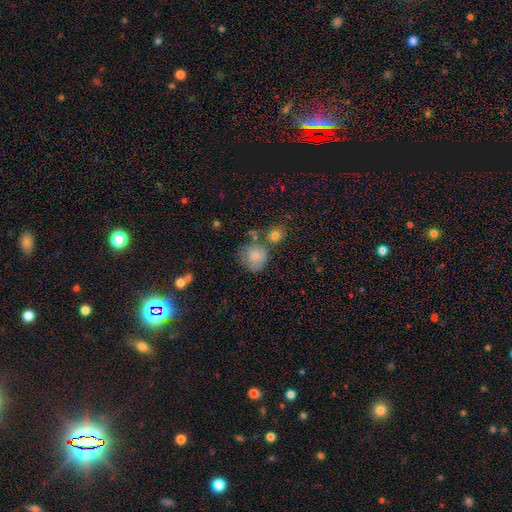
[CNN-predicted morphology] Smooth or featured: smooth — 80% (featured or disk — 10%)
How rounded: round — 81% (in between — 18%)
Merging: none — 55% (minor disturbance — 22%)